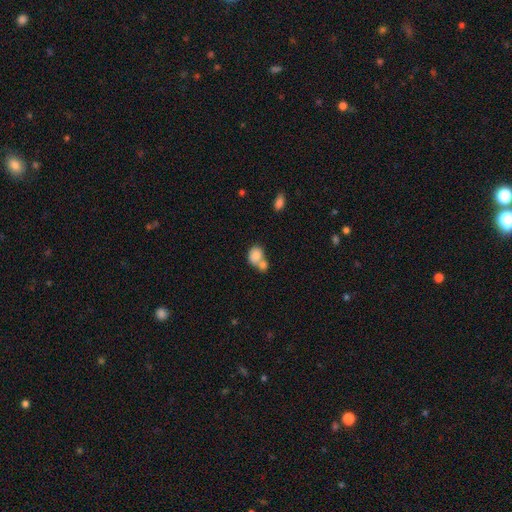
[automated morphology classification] A smooth galaxy with no disk features (82%) that is in between round and cigar-shaped (54%). Merging: merger (62%).